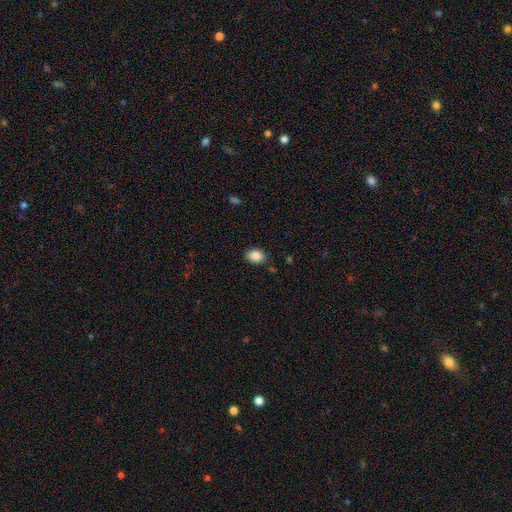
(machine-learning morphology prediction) Overall: smooth (87%). How rounded: in between (73%). Merging: none (84%).